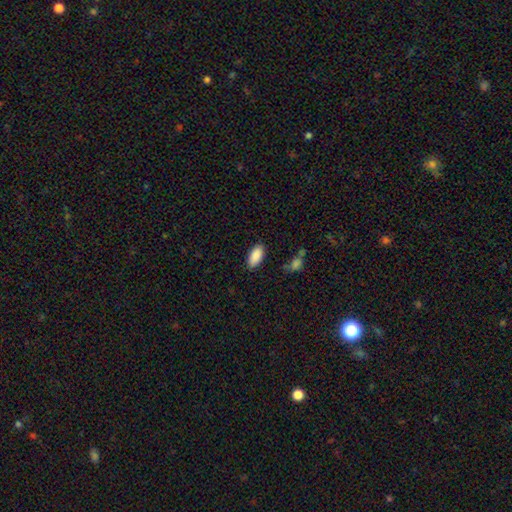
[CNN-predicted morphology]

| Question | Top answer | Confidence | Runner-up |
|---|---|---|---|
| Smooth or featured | smooth | 89% | star or artifact (6%) |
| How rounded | in between | 92% | cigar-shaped (6%) |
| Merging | none | 83% | minor disturbance (12%) |